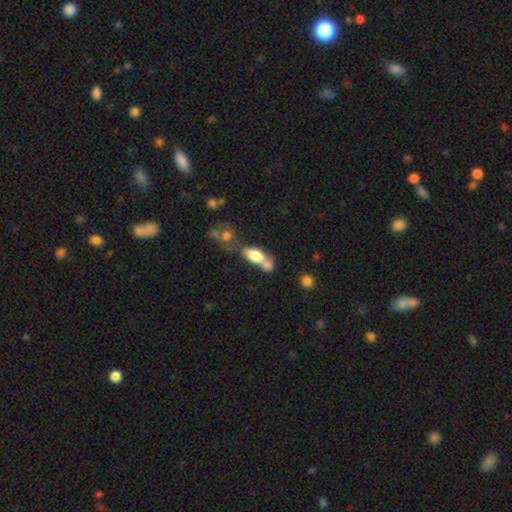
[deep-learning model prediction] This appears to be a smooth galaxy with no disk features (73%) that is in between round and cigar-shaped (83%). Merging: merger (53%).